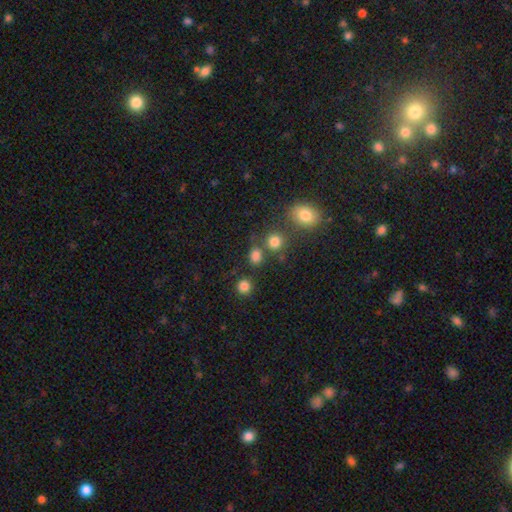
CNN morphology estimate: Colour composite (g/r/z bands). It shows a smooth galaxy with no disk features (80%) that is round (72%). Merging: none (71%).